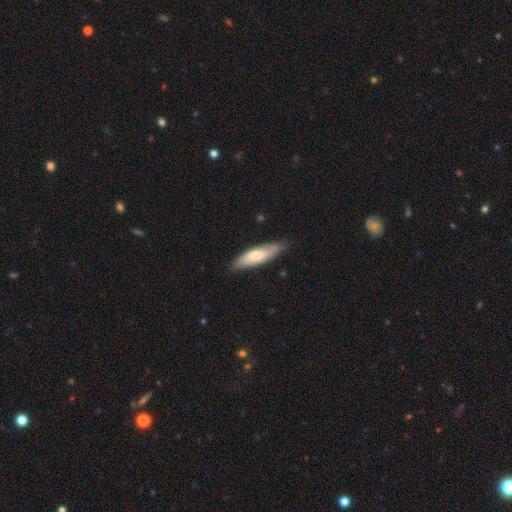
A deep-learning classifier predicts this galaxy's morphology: The model was most divided on "how rounded": cigar-shaped: 52%, in between: 46%, round: 2%. More confident: merging — none (79%); smooth or featured — smooth (61%).